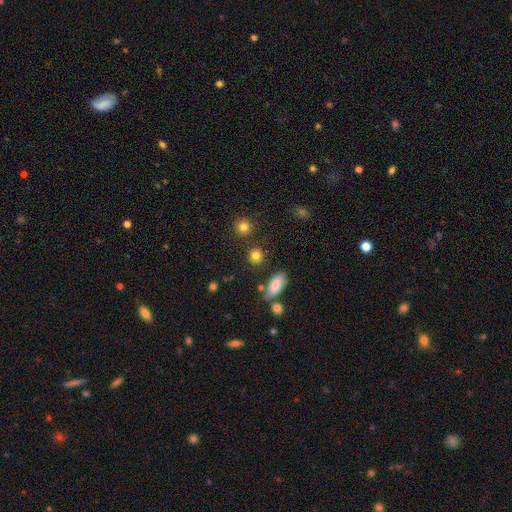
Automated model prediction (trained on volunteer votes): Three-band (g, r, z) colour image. It shows a smooth galaxy with no disk features (83%) that is round (74%). Merging: none (82%).